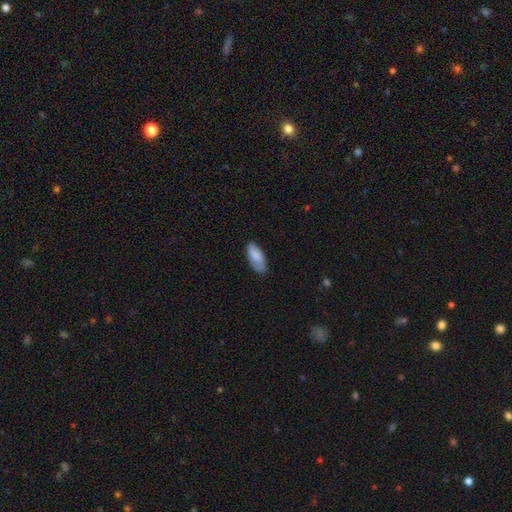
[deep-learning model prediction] Overall: smooth (81%). How rounded: in between (85%). Merging: none (72%).